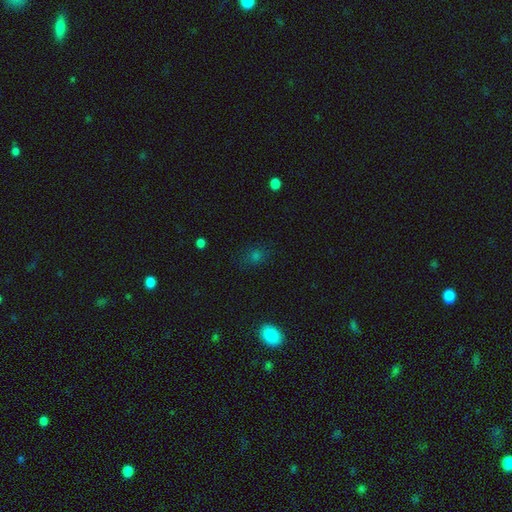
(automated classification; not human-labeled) Smooth or featured? Predicted: smooth (p=0.65). How rounded? Predicted: round (p=0.51). Merging? Predicted: none (p=0.80).